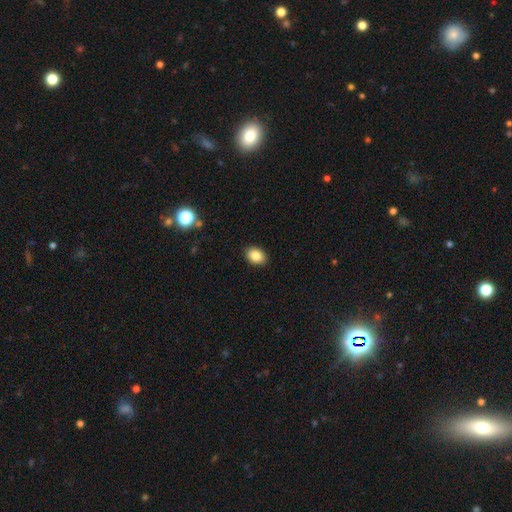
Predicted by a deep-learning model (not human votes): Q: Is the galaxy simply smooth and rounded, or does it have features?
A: smooth — 85%.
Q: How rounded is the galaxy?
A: in between — 73%.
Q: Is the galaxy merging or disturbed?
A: none — 90%.